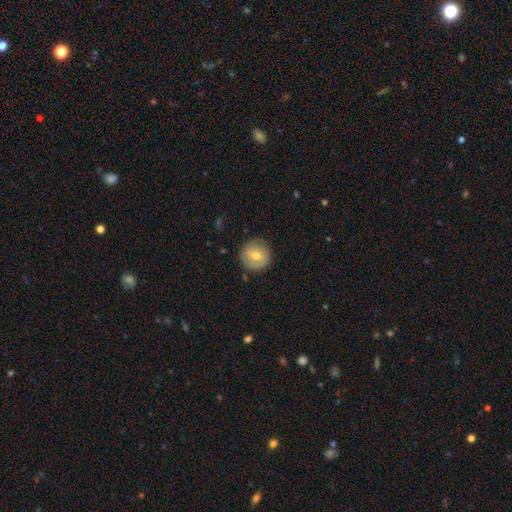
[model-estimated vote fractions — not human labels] smooth-or-featured: smooth: 49% | featured or disk: 43% | star or artifact: 8%
  merging: none: 86% | minor disturbance: 10% | major disturbance: 3% | merger: 1%